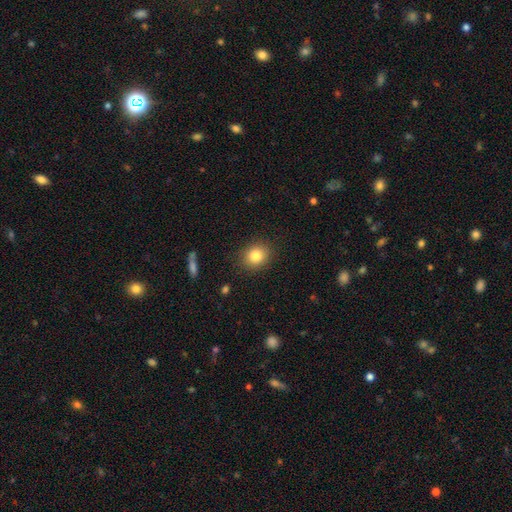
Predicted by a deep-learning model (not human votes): Smooth or featured?
  - smooth: 83% *
  - star or artifact: 10%
  - featured or disk: 7%
How rounded?
  - round: 71% *
  - in between: 29%
  - cigar-shaped: 1%
Merging?
  - none: 87% *
  - minor disturbance: 9%
  - major disturbance: 3%
  - merger: 1%